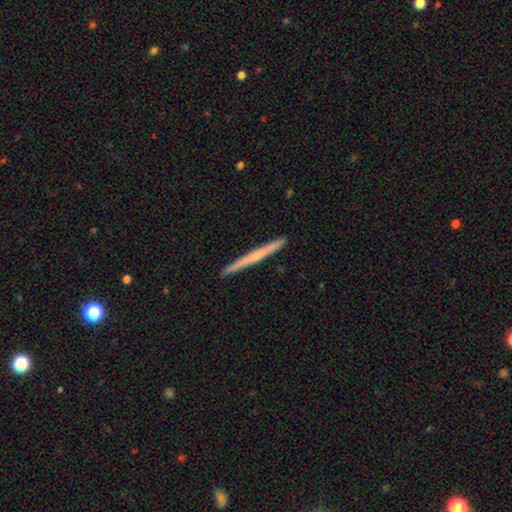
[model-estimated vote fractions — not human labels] This appears to be a featured or disk galaxy (55%) viewed edge-on (98%) with no central bulge (67%). Merging: none (94%).